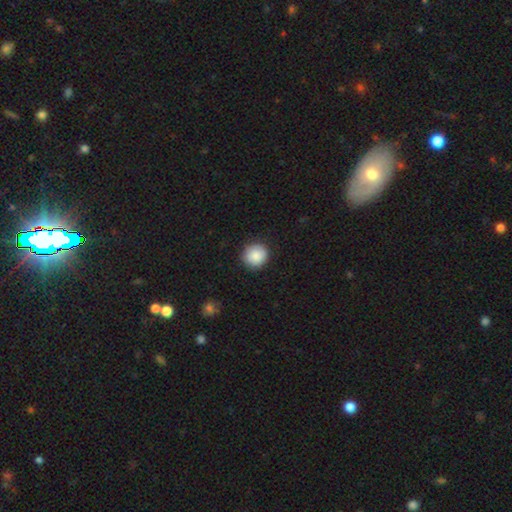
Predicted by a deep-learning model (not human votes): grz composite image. It shows a smooth galaxy with no disk features (88%) that is round (93%). Merging: none (89%).